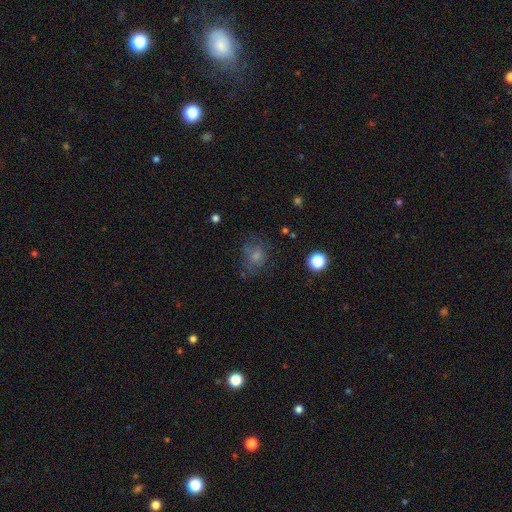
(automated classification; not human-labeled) smooth-or-featured: smooth: 67% | featured or disk: 18% | star or artifact: 15%
  how-rounded: round: 58% | in between: 41% | cigar-shaped: 1%
  merging: none: 55% | minor disturbance: 23% | major disturbance: 18% | merger: 4%